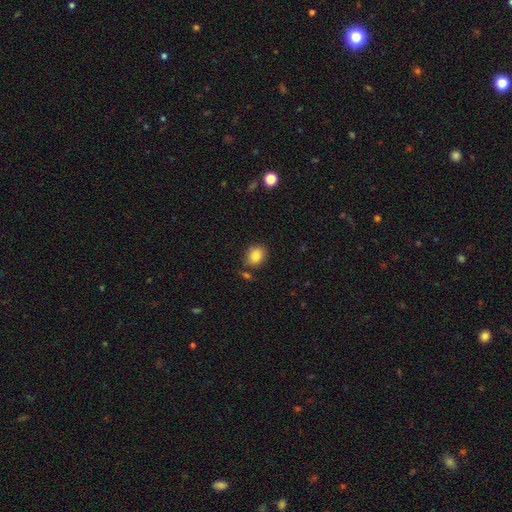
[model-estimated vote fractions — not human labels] Smooth or featured? Predicted: smooth (p=0.83). How rounded? Predicted: round (p=0.65). Merging? Predicted: none (p=0.79).